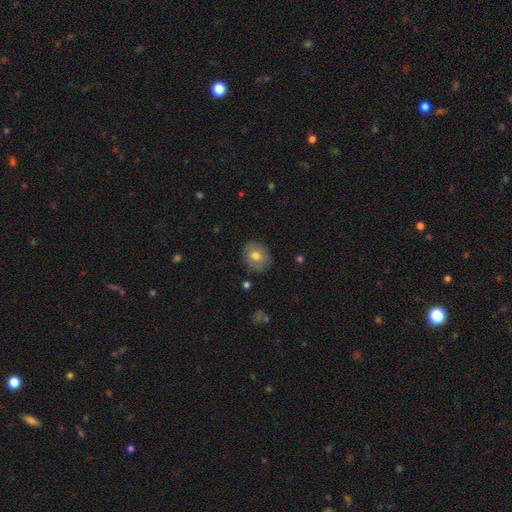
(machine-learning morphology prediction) A smooth galaxy with no disk features (70%) that is round (66%).

Vote fractions:
- Smooth or featured? smooth: 70% / featured or disk: 22% / star or artifact: 8%
- How rounded? round: 66% / in between: 33% / cigar-shaped: 1%
- Merging? none: 84% / minor disturbance: 12% / major disturbance: 3% / merger: 1%